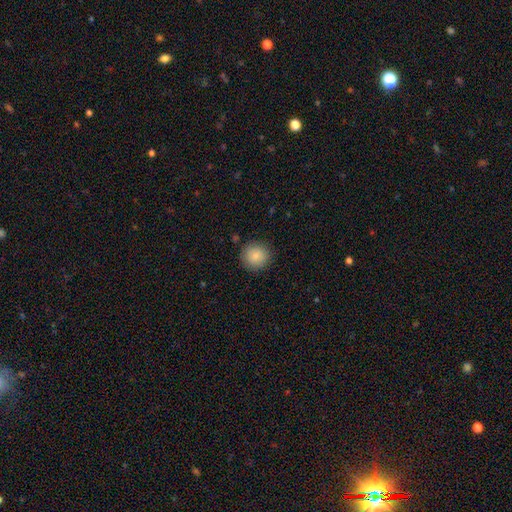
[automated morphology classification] A smooth galaxy with no disk features (86%) that is round (91%).

Vote fractions:
- Smooth or featured? smooth: 86% / star or artifact: 8% / featured or disk: 6%
- How rounded? round: 91% / in between: 8% / cigar-shaped: 1%
- Merging? none: 88% / minor disturbance: 8% / major disturbance: 2% / merger: 1%